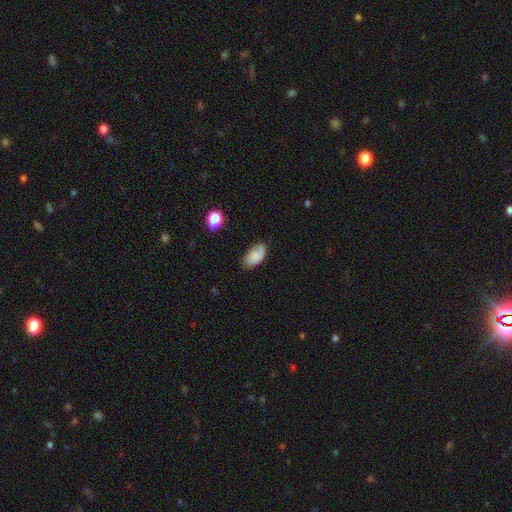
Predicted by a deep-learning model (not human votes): This appears to be a smooth galaxy with no disk features (68%) that is in between round and cigar-shaped (93%). Merging: none (64%).